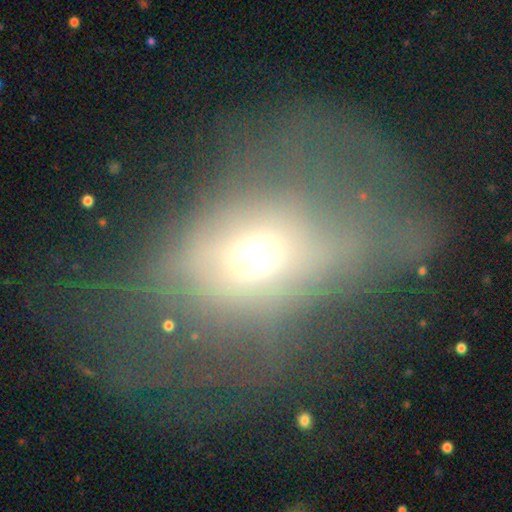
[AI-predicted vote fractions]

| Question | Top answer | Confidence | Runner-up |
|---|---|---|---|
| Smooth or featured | smooth | 51% | featured or disk (33%) |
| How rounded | in between | 52% | round (45%) |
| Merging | major disturbance | 51% | none (28%) |